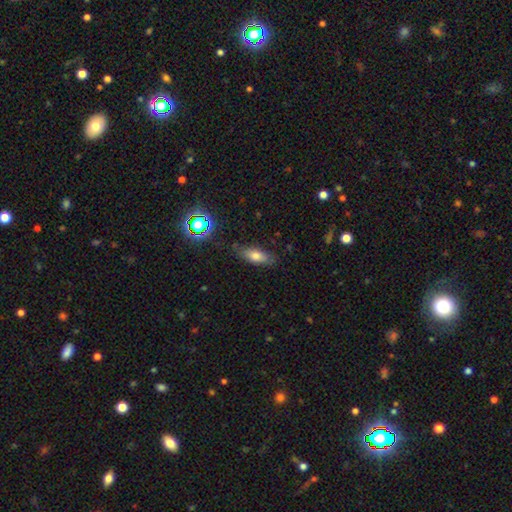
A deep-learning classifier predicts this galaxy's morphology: A smooth galaxy with no disk features (71%) that is in between round and cigar-shaped (70%). Merging: none (79%).